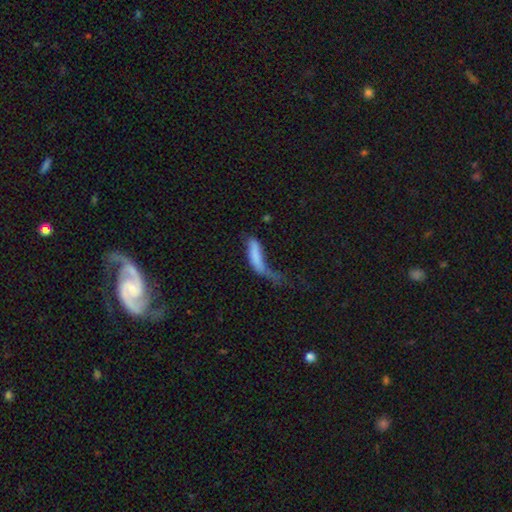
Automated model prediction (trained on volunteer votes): smooth_or_featured: smooth (p=0.68) [alt: featured or disk p=0.23]
how_rounded: cigar-shaped (p=0.58) [alt: in between p=0.39]
merging: major disturbance (p=0.54) [alt: minor disturbance p=0.20]